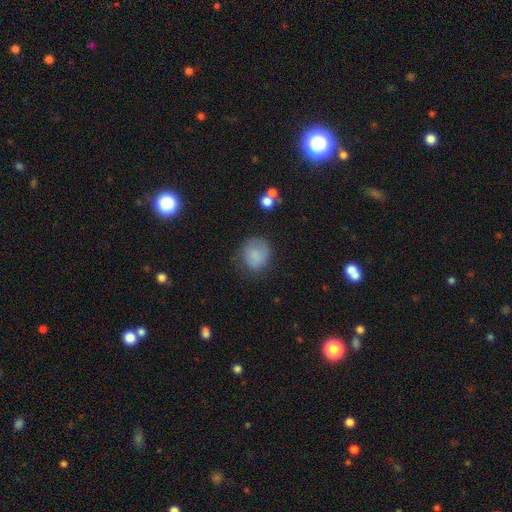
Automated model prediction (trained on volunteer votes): Smooth or featured? Predicted: smooth (p=0.80). How rounded? Predicted: round (p=0.79). Merging? Predicted: none (p=0.67).